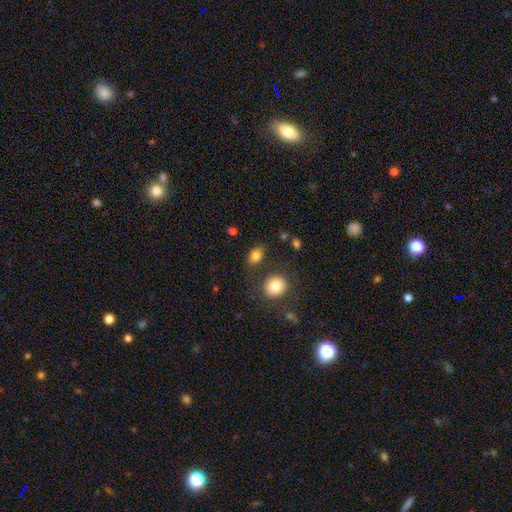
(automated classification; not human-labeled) Smooth or featured: smooth — 82% (star or artifact — 10%)
How rounded: in between — 74% (round — 25%)
Merging: none — 77% (minor disturbance — 13%)